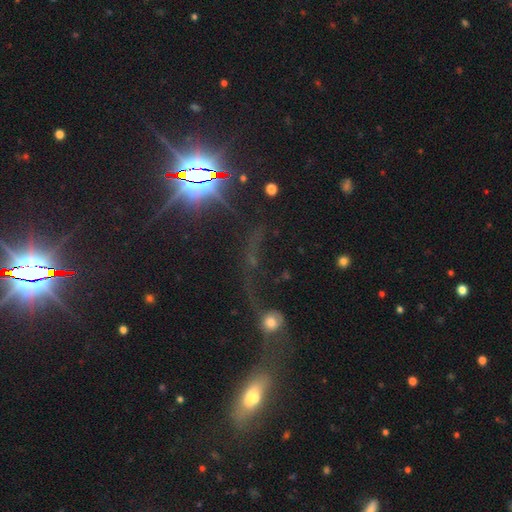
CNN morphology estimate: Smooth or featured?
  - star or artifact: 52% *
  - featured or disk: 30%
  - smooth: 18%